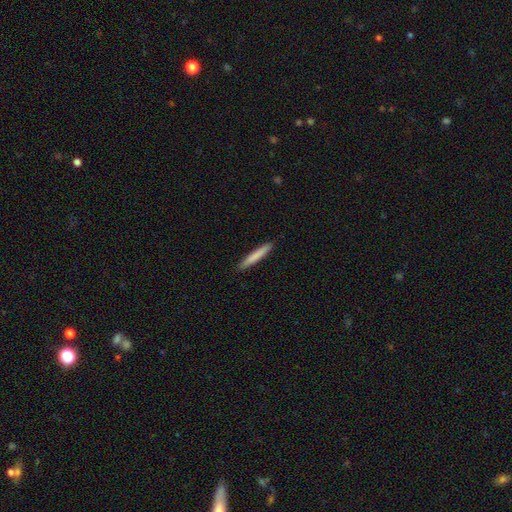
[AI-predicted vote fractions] A smooth galaxy with no disk features (78%) that is cigar-shaped (96%).

Vote fractions:
- Smooth or featured? smooth: 78% / featured or disk: 17% / star or artifact: 5%
- How rounded? cigar-shaped: 96% / in between: 3% / round: 1%
- Merging? none: 92% / minor disturbance: 6% / major disturbance: 1% / merger: 1%